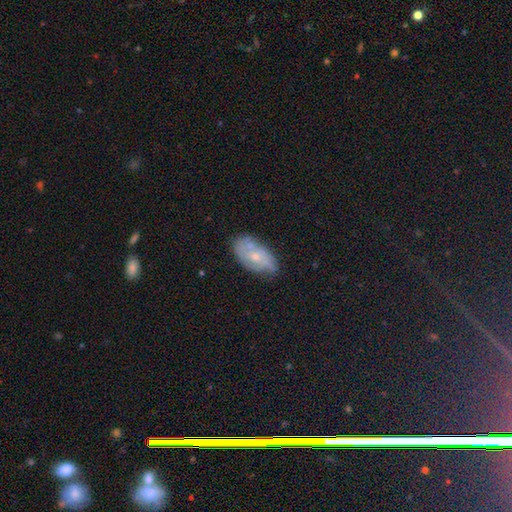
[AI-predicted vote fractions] This is possibly a featured or disk galaxy (49%). Merging: possibly none (59%).